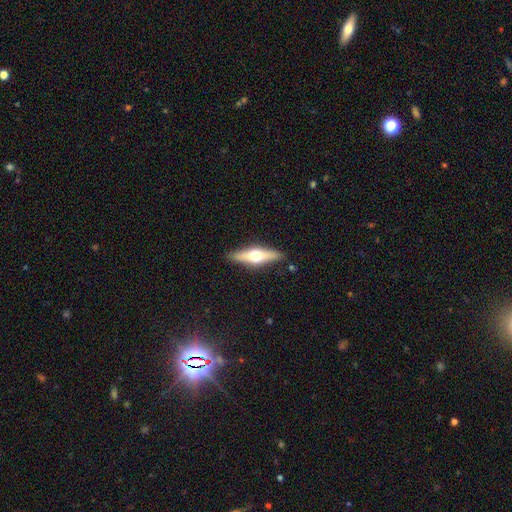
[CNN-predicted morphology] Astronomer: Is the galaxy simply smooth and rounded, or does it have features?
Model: featured or disk — 60%.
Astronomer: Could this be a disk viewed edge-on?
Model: yes — 94%.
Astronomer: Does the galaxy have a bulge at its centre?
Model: rounded — 96%.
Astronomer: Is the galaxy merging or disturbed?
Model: none — 88%.